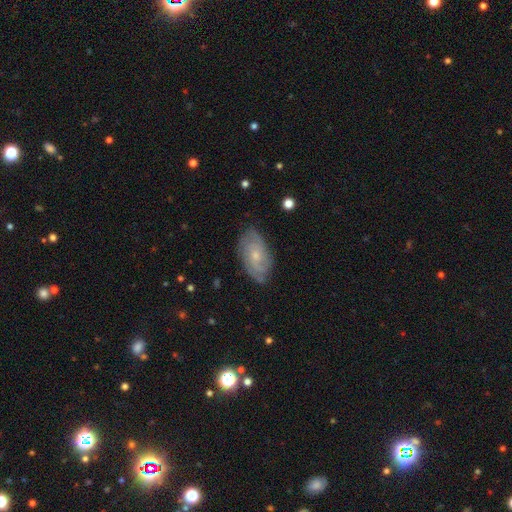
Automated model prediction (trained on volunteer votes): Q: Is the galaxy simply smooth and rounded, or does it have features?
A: featured or disk — 76%.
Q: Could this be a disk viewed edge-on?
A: no — 96%.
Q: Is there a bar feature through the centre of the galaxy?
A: no — 71%.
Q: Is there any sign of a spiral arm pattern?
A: yes — 94%.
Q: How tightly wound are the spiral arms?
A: tight — 60%.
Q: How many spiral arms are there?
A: can't tell — 32%.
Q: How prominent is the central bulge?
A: small — 65%.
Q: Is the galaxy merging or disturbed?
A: none — 79%.